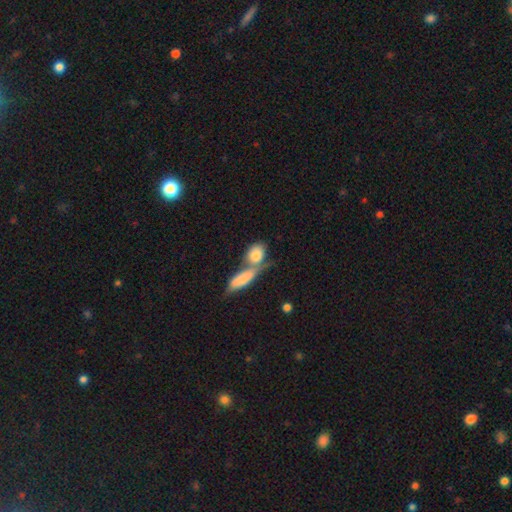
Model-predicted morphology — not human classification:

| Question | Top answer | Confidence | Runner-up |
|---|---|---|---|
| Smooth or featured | smooth | 80% | featured or disk (13%) |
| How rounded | in between | 61% | round (29%) |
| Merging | merger | 58% | none (27%) |